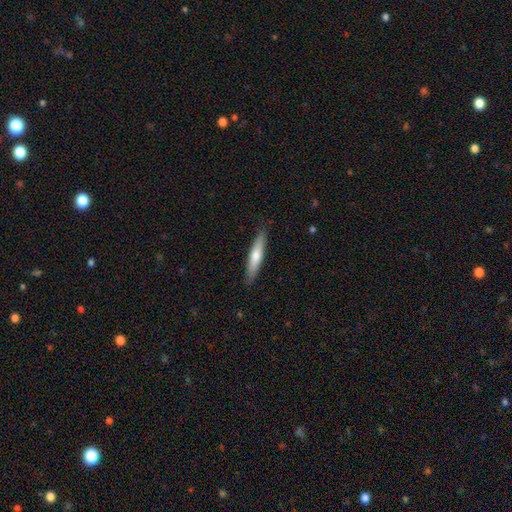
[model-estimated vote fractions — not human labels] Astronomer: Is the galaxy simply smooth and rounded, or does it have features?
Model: smooth — 61%.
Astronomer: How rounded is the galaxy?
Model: cigar-shaped — 87%.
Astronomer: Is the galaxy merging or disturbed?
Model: none — 88%.